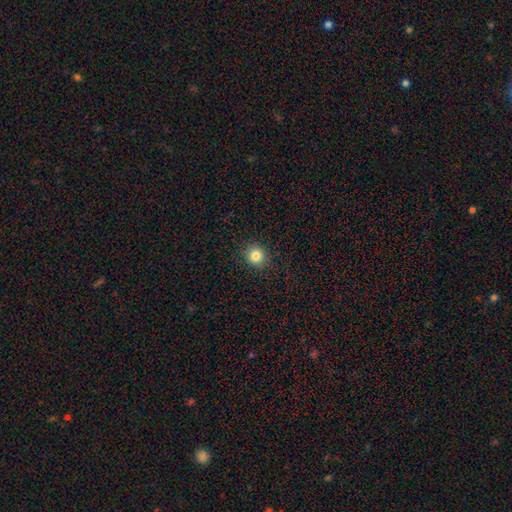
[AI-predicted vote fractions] smooth-or-featured: smooth: 83% | star or artifact: 11% | featured or disk: 5%
  how-rounded: round: 91% | in between: 8% | cigar-shaped: 1%
  merging: none: 92% | minor disturbance: 6% | major disturbance: 2% | merger: 1%